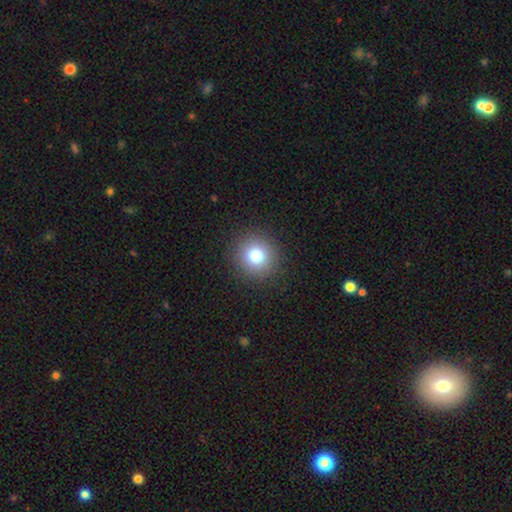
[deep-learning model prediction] This appears to be a smooth galaxy with no disk features (80%) that is round (94%). Merging: none (92%).